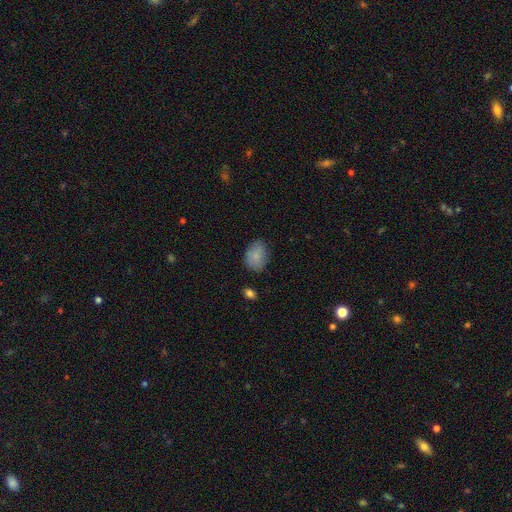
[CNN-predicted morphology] The model was most divided on "how rounded": in between: 75%, round: 23%, cigar-shaped: 1%. More confident: smooth or featured — smooth (84%); merging — none (75%).